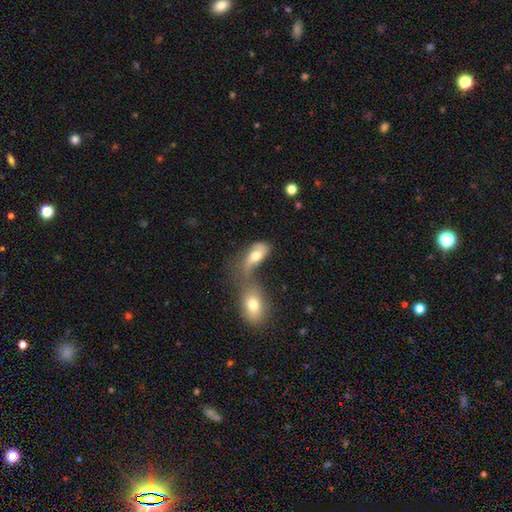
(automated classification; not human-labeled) Smooth or featured: smooth — 52% (featured or disk — 39%)
How rounded: in between — 84% (round — 8%)
Merging: merger — 51% (none — 21%)